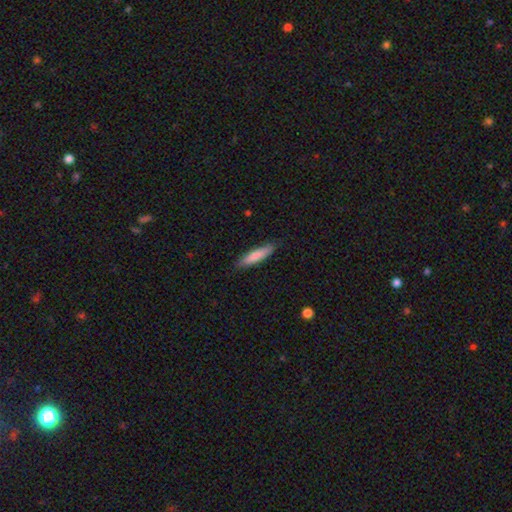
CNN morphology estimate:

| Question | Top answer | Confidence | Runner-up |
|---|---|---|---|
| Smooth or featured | smooth | 81% | featured or disk (13%) |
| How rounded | cigar-shaped | 78% | in between (21%) |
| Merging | none | 85% | minor disturbance (12%) |